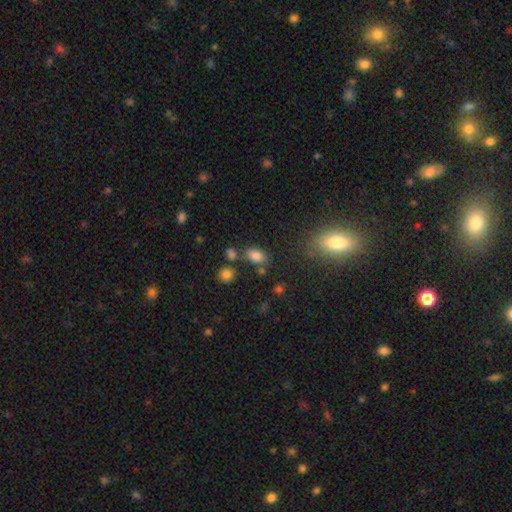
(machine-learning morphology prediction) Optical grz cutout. It shows a smooth galaxy with no disk features (80%) that is in between round and cigar-shaped (83%). Merging: none (67%).